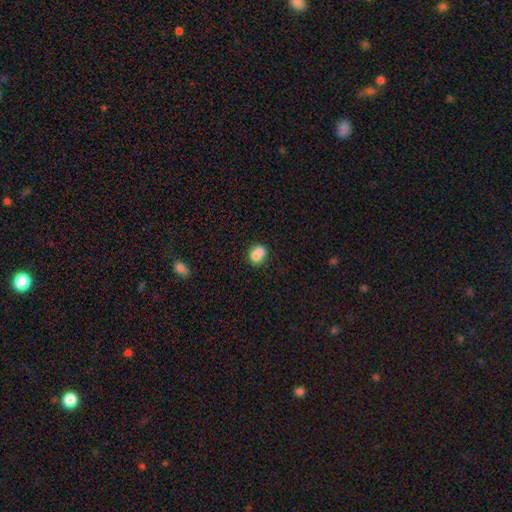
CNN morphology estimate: Q: Smooth or featured?
A: smooth (75%); runner-up: featured or disk (16%)
Q: How rounded?
A: round (57%); runner-up: in between (42%)
Q: Merging?
A: merger (46%); runner-up: none (38%)